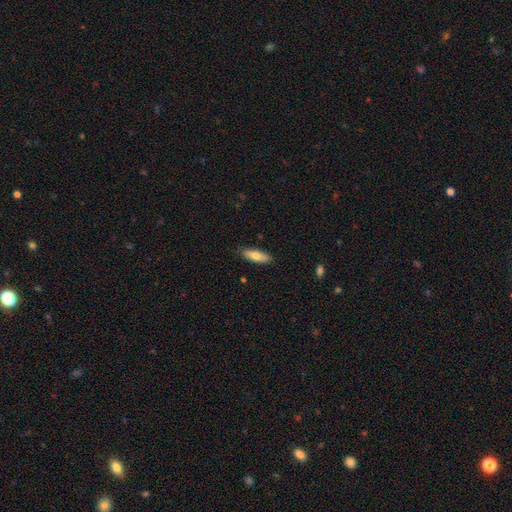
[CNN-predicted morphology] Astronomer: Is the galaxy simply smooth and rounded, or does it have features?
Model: smooth — 71%.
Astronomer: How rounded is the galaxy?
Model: in between — 58% (runner-up: cigar-shaped, 40%).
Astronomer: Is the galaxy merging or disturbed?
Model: none — 85%.